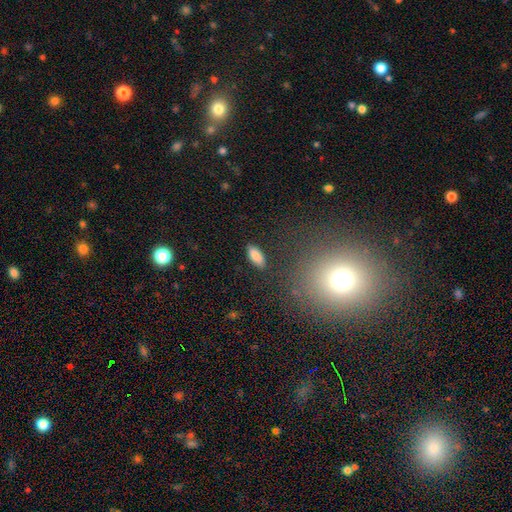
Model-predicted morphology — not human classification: type=smooth (85%); roundness=in between (84%); merging=none (86%).